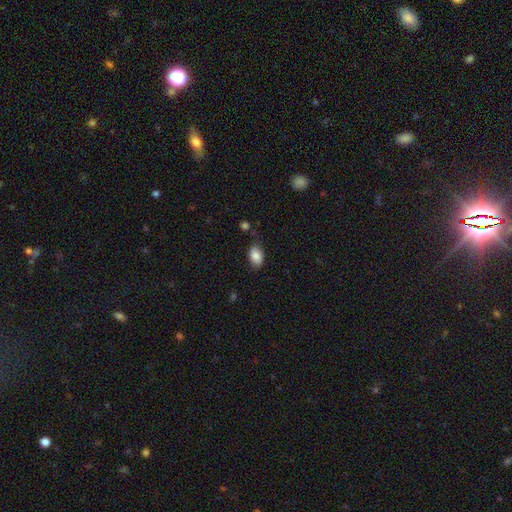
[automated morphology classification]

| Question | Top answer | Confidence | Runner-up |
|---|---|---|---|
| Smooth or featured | smooth | 85% | star or artifact (7%) |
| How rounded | in between | 89% | round (9%) |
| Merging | none | 76% | minor disturbance (18%) |